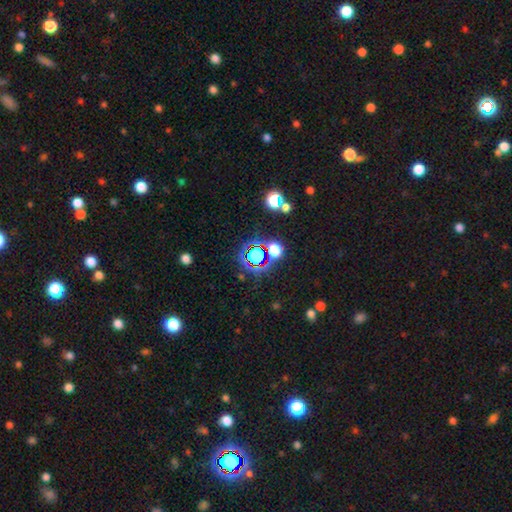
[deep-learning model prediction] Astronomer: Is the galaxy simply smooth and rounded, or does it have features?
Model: star or artifact — 61%.